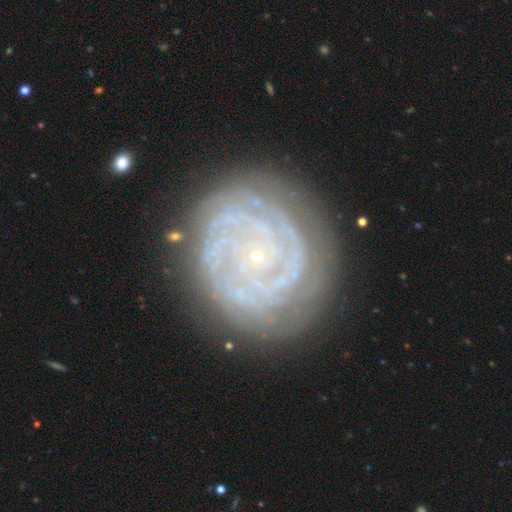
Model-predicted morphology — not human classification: A featured or disk galaxy (87%) with no bar (79%), 3 (21%, tied with can't tell) tight (85%) spiral arms (97%) and a small central bulge (90%). Merging: none (80%).